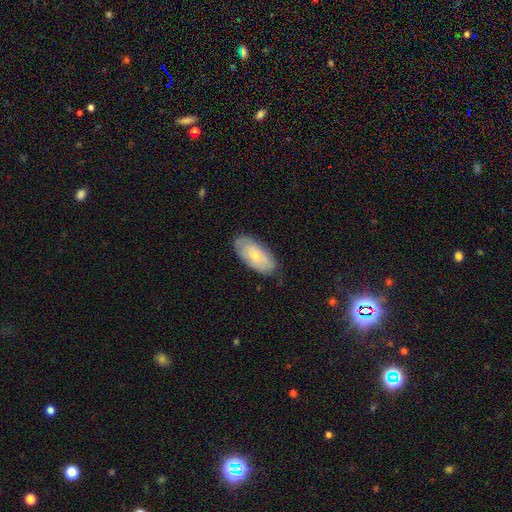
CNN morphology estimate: A smooth galaxy with no disk features (57%) that is in between round and cigar-shaped (92%).

Vote fractions:
- Smooth or featured? smooth: 57% / featured or disk: 37% / star or artifact: 6%
- How rounded? in between: 92% / cigar-shaped: 5% / round: 3%
- Merging? none: 76% / minor disturbance: 19% / major disturbance: 4% / merger: 1%